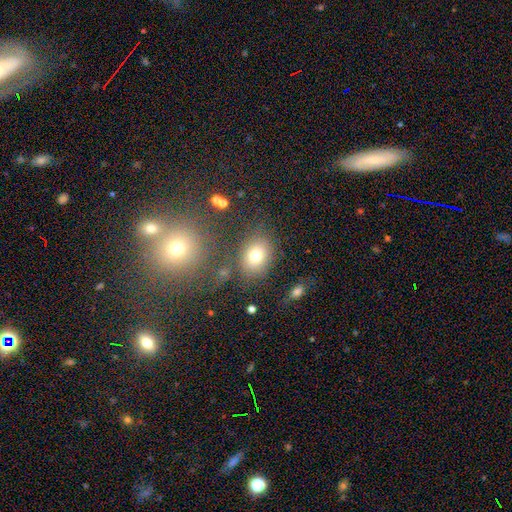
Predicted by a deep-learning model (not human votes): Overall: smooth (74%). How rounded: in between (59%; round 40%). Merging: none (74%).